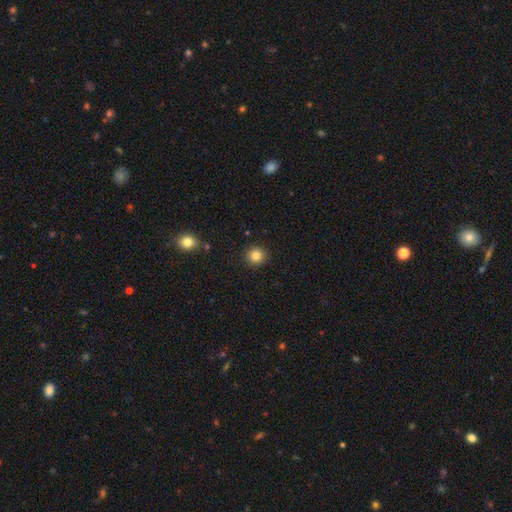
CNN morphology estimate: A smooth galaxy with no disk features (84%) that is round (92%). Merging: none (91%).